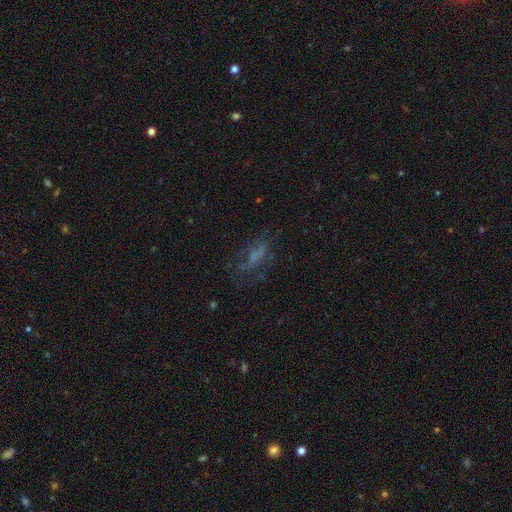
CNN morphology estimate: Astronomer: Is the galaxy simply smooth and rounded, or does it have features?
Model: featured or disk — 40% (runner-up: smooth, 38%).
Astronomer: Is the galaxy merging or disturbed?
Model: none — 48% (runner-up: major disturbance, 29%).